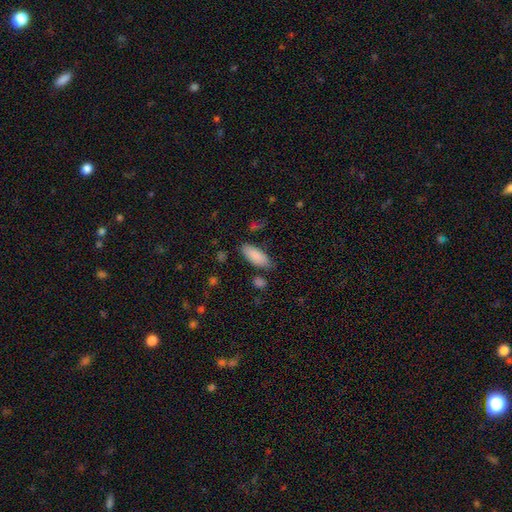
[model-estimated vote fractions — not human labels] This is clearly a smooth galaxy (87%). How rounded: clearly in between (82%). Merging: likely none (75%).